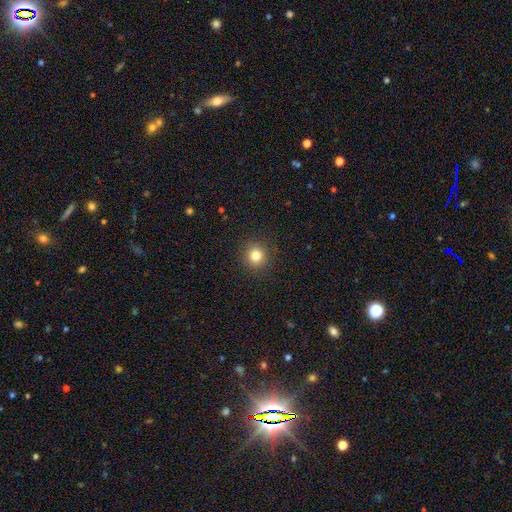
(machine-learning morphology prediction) Q: Smooth or featured?
A: smooth (81%); runner-up: star or artifact (13%)
Q: How rounded?
A: round (92%); runner-up: in between (7%)
Q: Merging?
A: none (91%); runner-up: minor disturbance (6%)